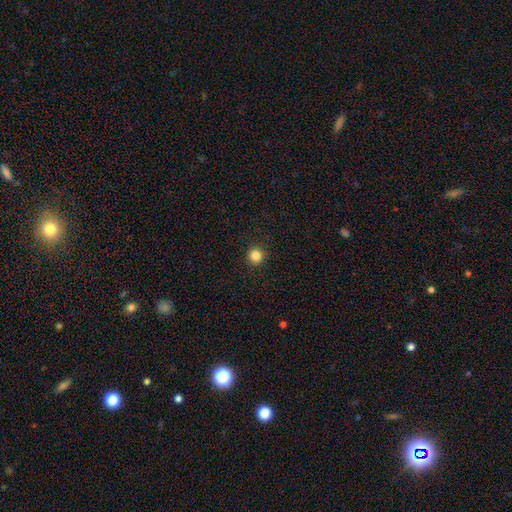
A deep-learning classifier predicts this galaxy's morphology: smooth 84%, star or artifact 12%, featured or disk 4%. Down the decision tree: how rounded — round (94%); merging — none (93%).